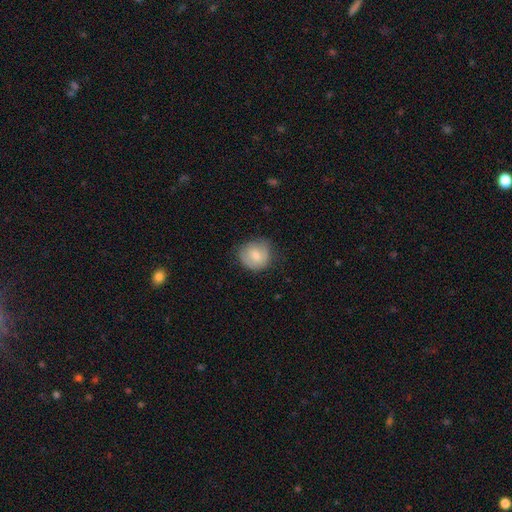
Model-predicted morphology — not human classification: type=smooth (69%); roundness=round (80%); merging=none (66%).